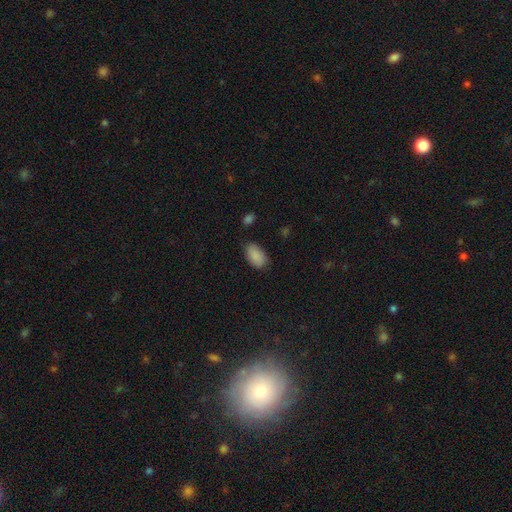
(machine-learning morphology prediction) smooth 88%, star or artifact 7%, featured or disk 5%. Down the decision tree: how rounded — in between (93%); merging — none (80%).